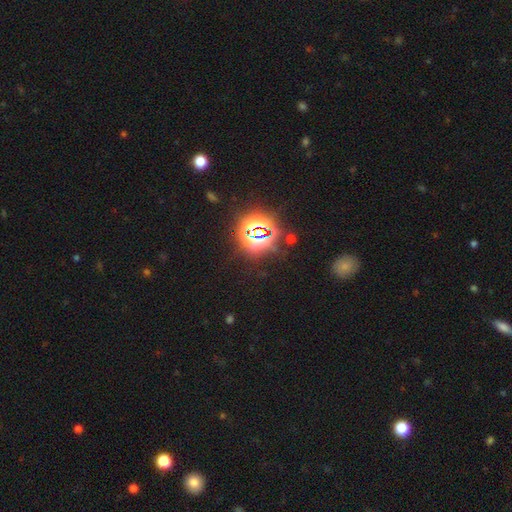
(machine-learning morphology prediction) Smooth or featured? star or artifact (82%)